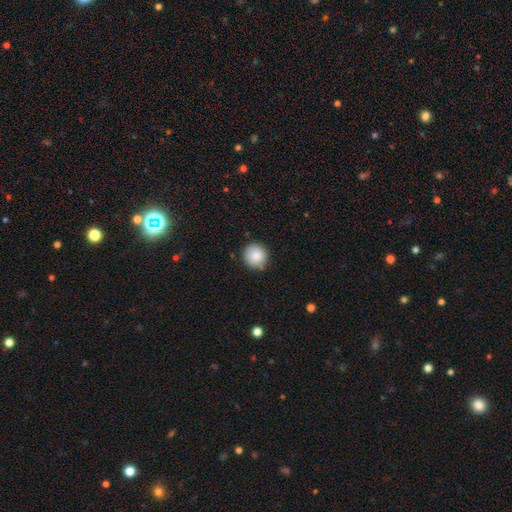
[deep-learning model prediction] Smooth or featured?
  - smooth: 87% *
  - star or artifact: 8%
  - featured or disk: 5%
How rounded?
  - round: 90% *
  - in between: 9%
  - cigar-shaped: 1%
Merging?
  - none: 86% *
  - minor disturbance: 11%
  - major disturbance: 2%
  - merger: 1%